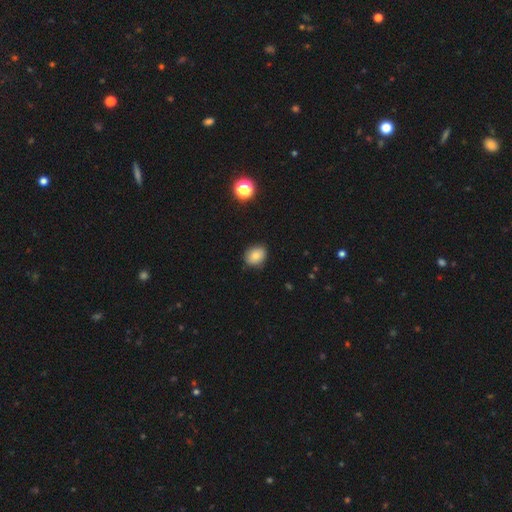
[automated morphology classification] Smooth or featured? smooth (81%)
How rounded? in between (50%)
Merging? none (82%)